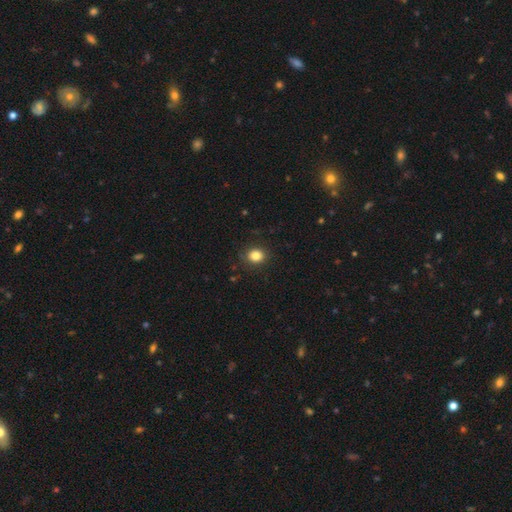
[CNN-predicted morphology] type=smooth (84%); roundness=round (69%); merging=none (88%).